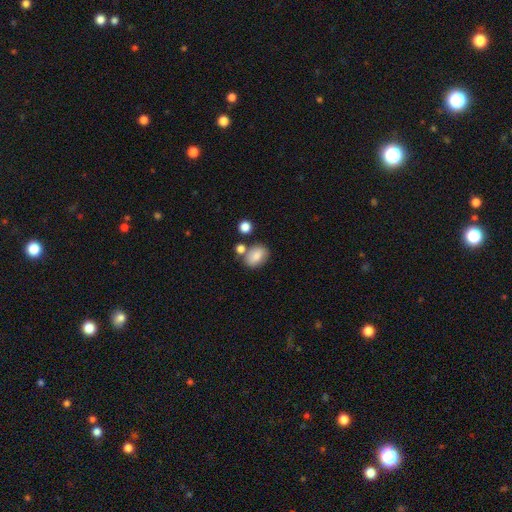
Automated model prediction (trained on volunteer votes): smooth 80%, featured or disk 11%, star or artifact 9%. Down the decision tree: how rounded — in between (72%); merging — none (62%).